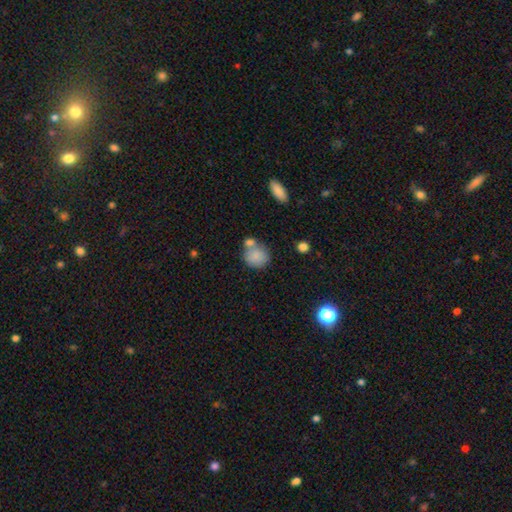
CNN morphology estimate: smooth_or_featured: smooth (p=0.83) [alt: featured or disk p=0.09]
how_rounded: round (p=0.77) [alt: in between p=0.22]
merging: none (p=0.50) [alt: merger p=0.31]